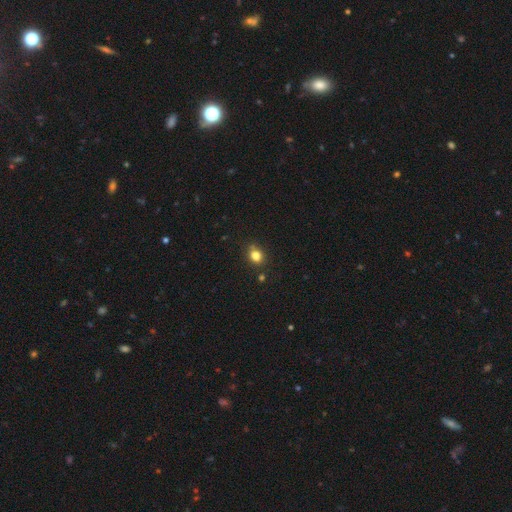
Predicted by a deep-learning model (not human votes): This is clearly a smooth galaxy (82%). How rounded: likely round (63%). Merging: likely none (78%).